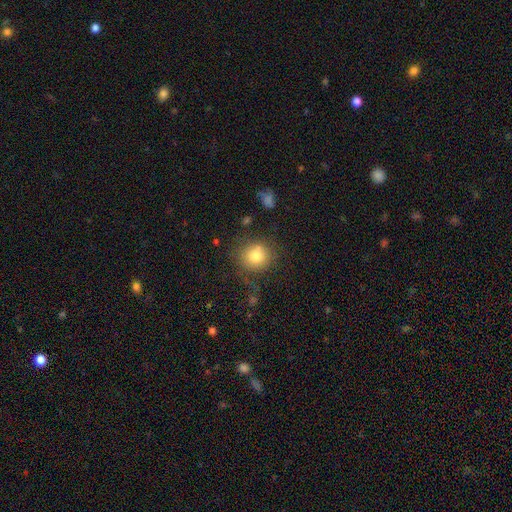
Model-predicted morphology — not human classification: type=smooth (78%); roundness=round (86%); merging=none (72%).